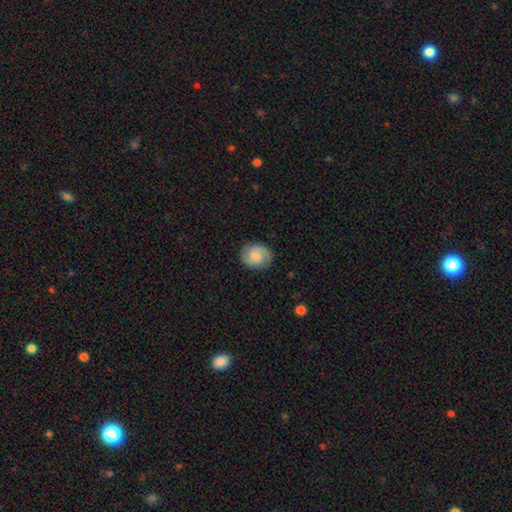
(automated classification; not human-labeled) Smooth or featured: featured or disk — 68% (smooth — 25%)
Edge-on disk: no — 98% (yes — 2%)
Bar: no — 52% (weak — 41%)
Spiral arms: yes — 95% (no — 5%)
Spiral winding: medium — 46% (tight — 42%)
Spiral arm count: 2 — 90% (can't tell — 4%)
Bulge size: moderate — 39% (small — 24%)
Merging: none — 85% (minor disturbance — 11%)